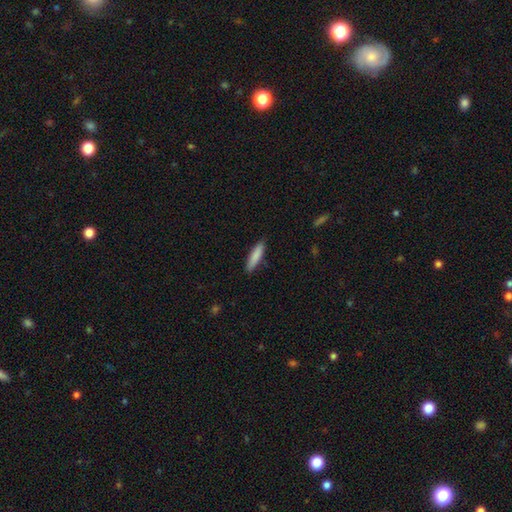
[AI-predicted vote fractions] This is clearly a smooth galaxy (84%). How rounded: likely cigar-shaped (78%). Merging: clearly none (87%).